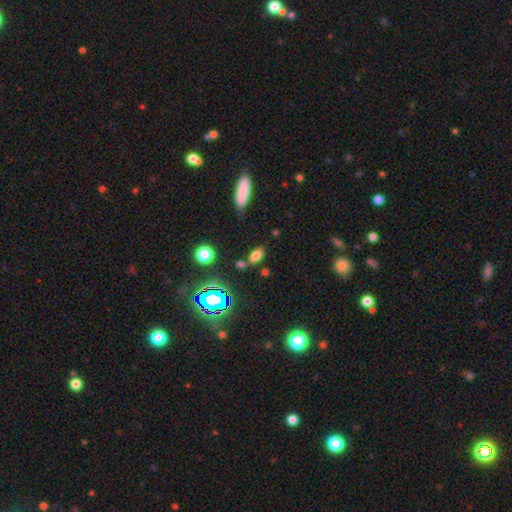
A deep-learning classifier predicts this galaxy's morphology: Smooth or featured? Predicted: smooth (p=0.71). How rounded? Predicted: in between (p=0.84). Merging? Predicted: none (p=0.70).